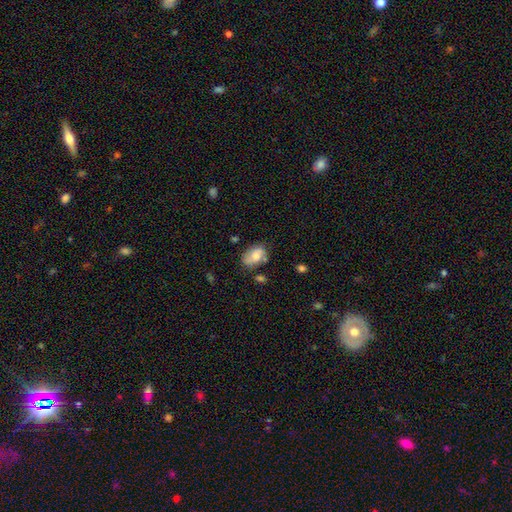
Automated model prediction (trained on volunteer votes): This appears to be a smooth galaxy with no disk features (68%) that is in between round and cigar-shaped (85%). Merging: none (60%).